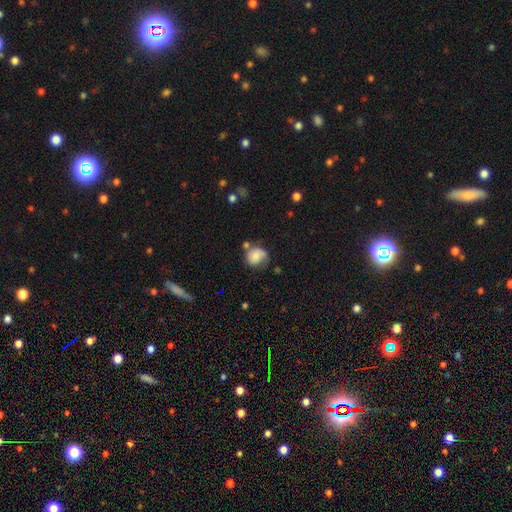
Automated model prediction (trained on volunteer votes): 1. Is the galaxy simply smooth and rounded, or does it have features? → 59% smooth, 32% featured or disk, 9% star or artifact.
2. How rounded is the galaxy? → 72% round, 27% in between, 1% cigar-shaped.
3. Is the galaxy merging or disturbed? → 46% none, 29% minor disturbance, 15% major disturbance, 10% merger.